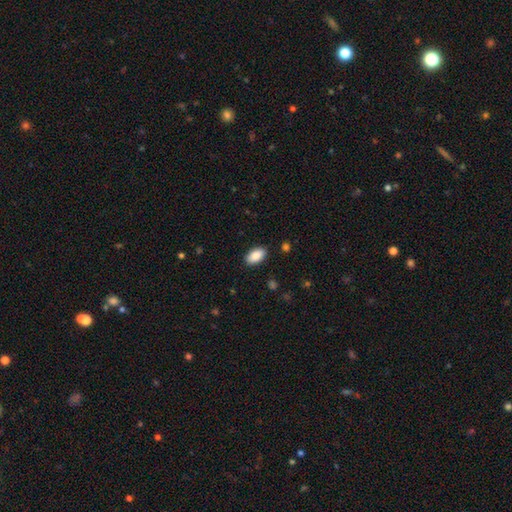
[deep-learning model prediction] This appears to be a smooth galaxy with no disk features (89%) that is in between round and cigar-shaped (94%). Merging: none (88%).